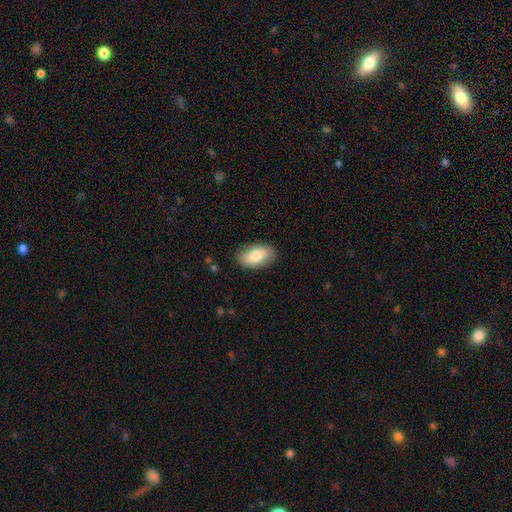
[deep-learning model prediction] Morphology: type=smooth (78%); roundness=in between (93%); merging=none (87%).